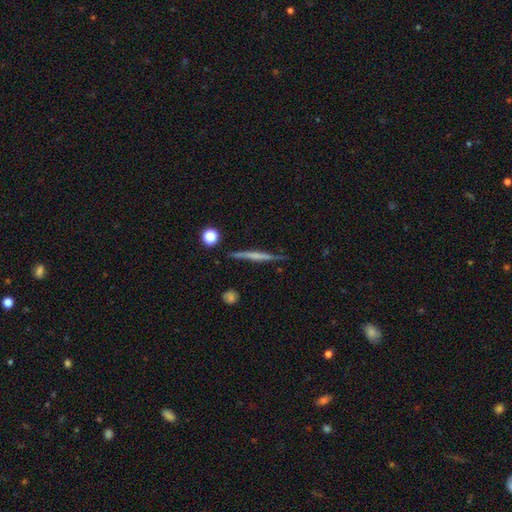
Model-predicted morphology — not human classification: Q: Smooth or featured?
A: featured or disk (55%); runner-up: smooth (38%)
Q: Edge-on disk?
A: yes (96%); runner-up: no (4%)
Q: Edge-on bulge?
A: none (69%); runner-up: rounded (18%)
Q: Merging?
A: none (86%); runner-up: minor disturbance (10%)